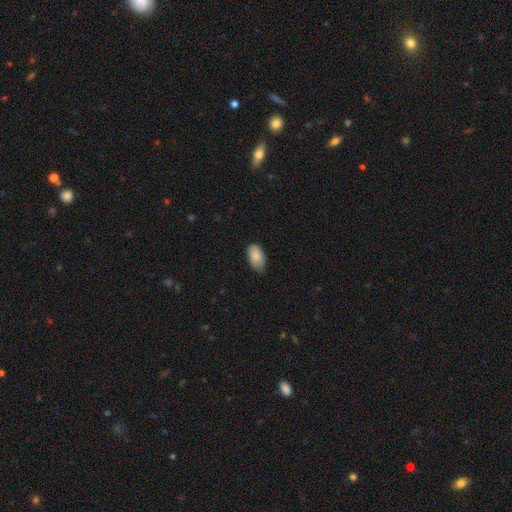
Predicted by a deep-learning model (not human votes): Overall: smooth (84%). How rounded: in between (94%). Merging: none (69%).